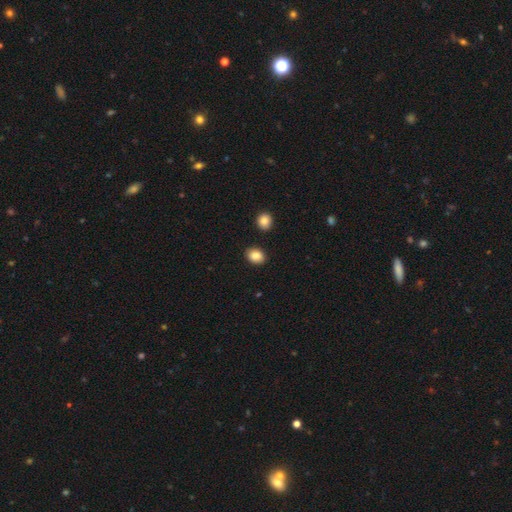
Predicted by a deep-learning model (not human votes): The model was most divided on "how rounded": in between: 56%, round: 43%, cigar-shaped: 1%. More confident: merging — none (87%); smooth or featured — smooth (87%).